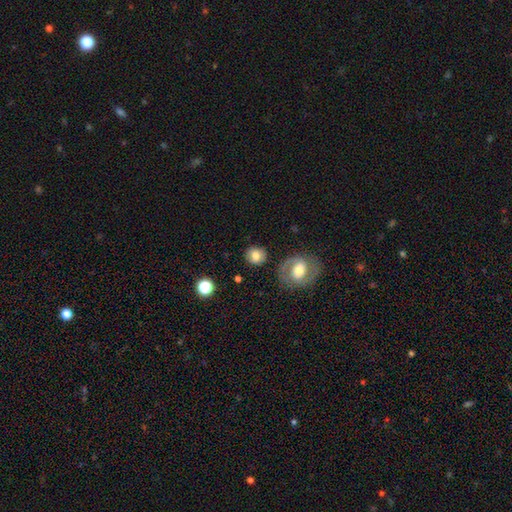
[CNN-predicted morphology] A smooth galaxy with no disk features (75%) that is round (80%).

Vote fractions:
- Smooth or featured? smooth: 75% / featured or disk: 16% / star or artifact: 9%
- How rounded? round: 80% / in between: 19% / cigar-shaped: 1%
- Merging? none: 81% / minor disturbance: 11% / major disturbance: 4% / merger: 3%